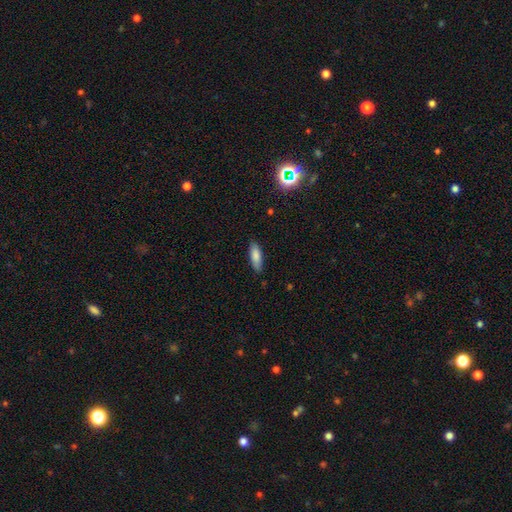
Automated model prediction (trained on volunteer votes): Morphology: type=smooth (84%); roundness=in between (53%); merging=none (86%).